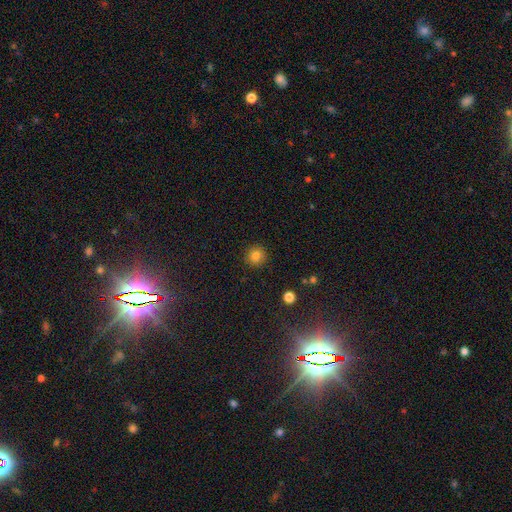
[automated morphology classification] This is clearly a smooth galaxy (82%). How rounded: clearly round (94%). Merging: clearly none (91%).